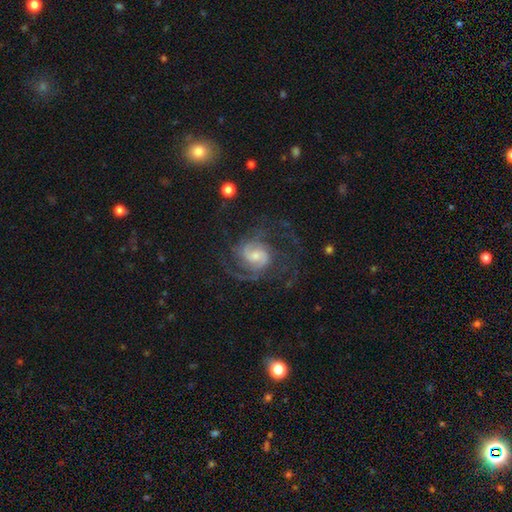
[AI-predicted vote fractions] smooth_or_featured: featured or disk (p=0.87) [alt: smooth p=0.07]
disk_edge_on: no (p=0.98) [alt: yes p=0.02]
bar: no (p=0.53) [alt: weak p=0.39]
has_spiral_arms: yes (p=0.97) [alt: no p=0.03]
spiral_winding: medium (p=0.49) [alt: tight p=0.33]
spiral_arm_count: 2 (p=0.49) [alt: 3 p=0.18]
bulge_size: small (p=0.43) [alt: moderate p=0.42]
merging: none (p=0.63) [alt: major disturbance p=0.20]